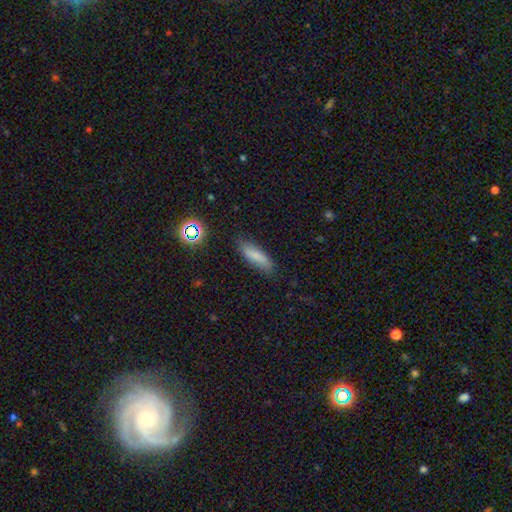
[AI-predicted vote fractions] A smooth galaxy with no disk features (75%) that is cigar-shaped (49%, tied with in between). Merging: none (78%).